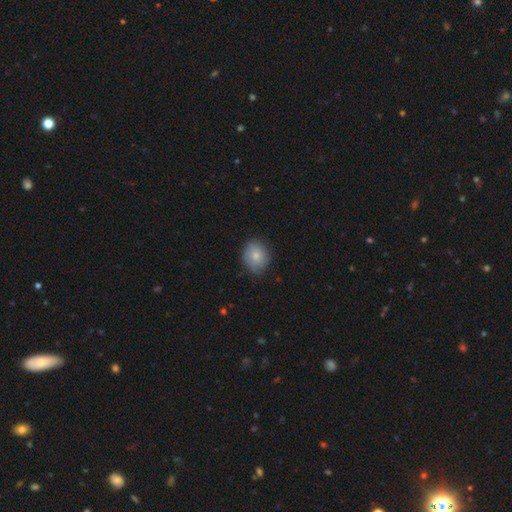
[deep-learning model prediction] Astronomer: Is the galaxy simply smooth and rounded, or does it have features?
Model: smooth — 79%.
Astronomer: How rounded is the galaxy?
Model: round — 66%.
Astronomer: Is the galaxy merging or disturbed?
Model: none — 76%.